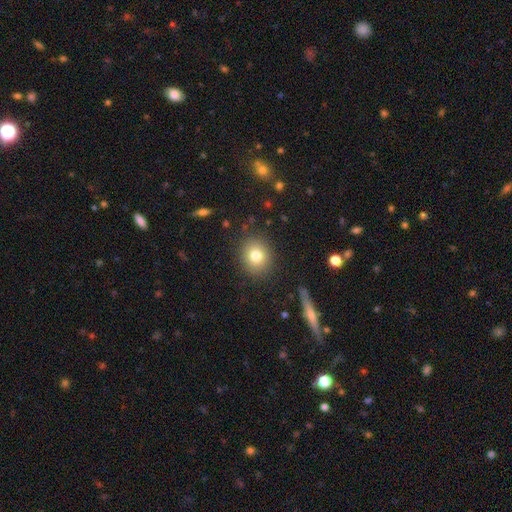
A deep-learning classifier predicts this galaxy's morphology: Smooth or featured?
  - smooth: 78% *
  - star or artifact: 12%
  - featured or disk: 11%
How rounded?
  - round: 76% *
  - in between: 23%
  - cigar-shaped: 1%
Merging?
  - none: 87% *
  - minor disturbance: 9%
  - major disturbance: 3%
  - merger: 2%